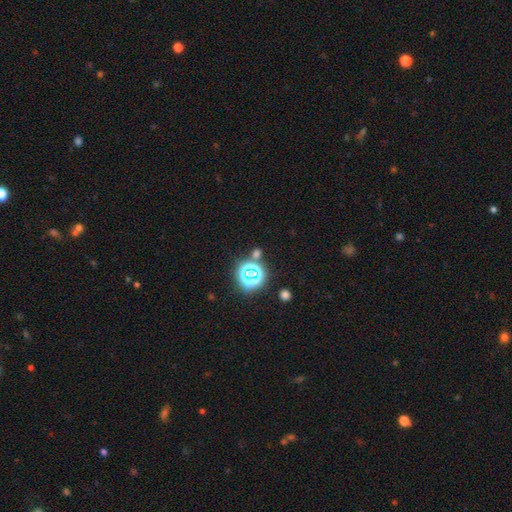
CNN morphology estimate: Smooth or featured? Predicted: star or artifact (p=0.64).